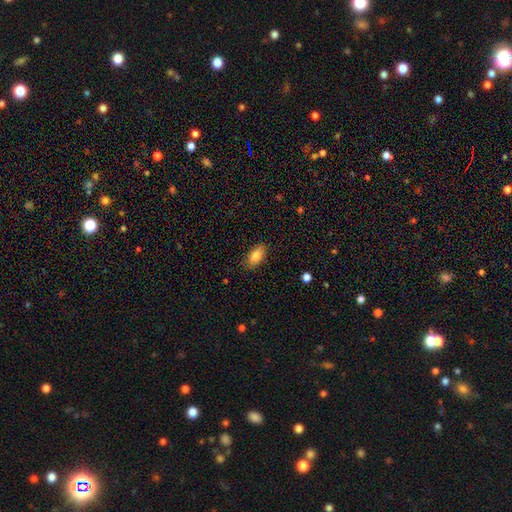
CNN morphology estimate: smooth 84%, featured or disk 8%, star or artifact 7%. Down the decision tree: how rounded — in between (91%); merging — none (85%).